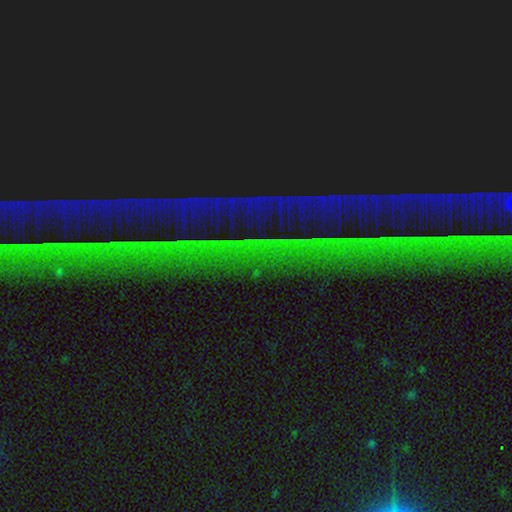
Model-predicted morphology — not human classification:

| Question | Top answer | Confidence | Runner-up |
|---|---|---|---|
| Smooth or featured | star or artifact | 86% | featured or disk (8%) |